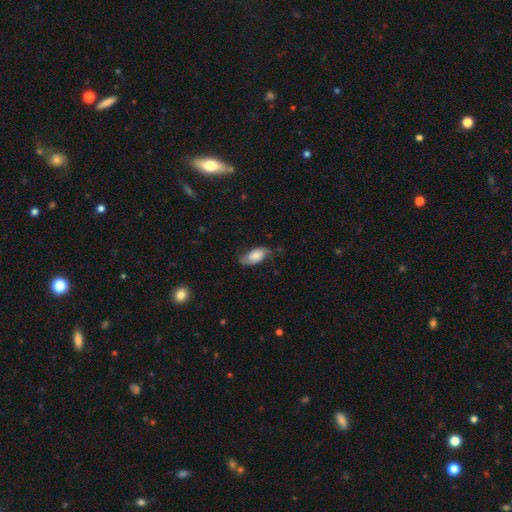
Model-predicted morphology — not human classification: smooth 60%, featured or disk 32%, star or artifact 8%. Down the decision tree: how rounded — in between (91%); merging — none (61%).